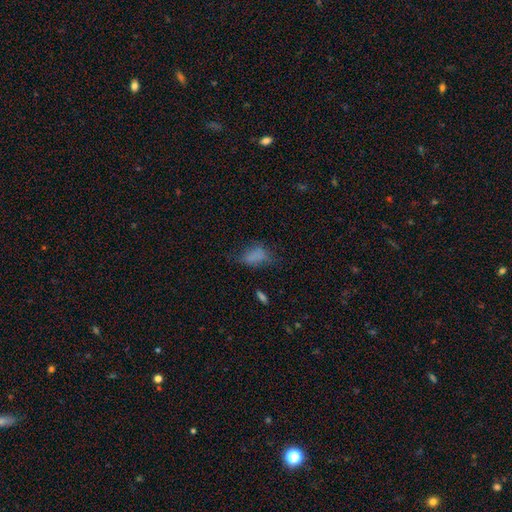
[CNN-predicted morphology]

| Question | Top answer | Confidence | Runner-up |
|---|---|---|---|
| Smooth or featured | smooth | 70% | featured or disk (15%) |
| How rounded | in between | 84% | round (9%) |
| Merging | none | 43% | minor disturbance (29%) |